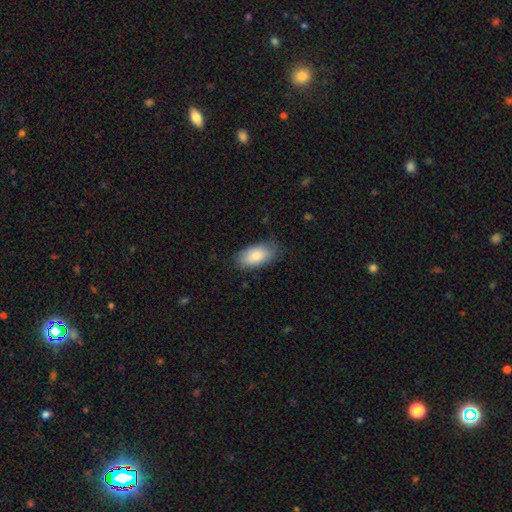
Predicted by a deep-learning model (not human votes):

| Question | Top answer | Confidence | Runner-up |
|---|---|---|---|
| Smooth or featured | smooth | 83% | featured or disk (11%) |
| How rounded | in between | 94% | round (3%) |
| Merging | none | 76% | minor disturbance (19%) |